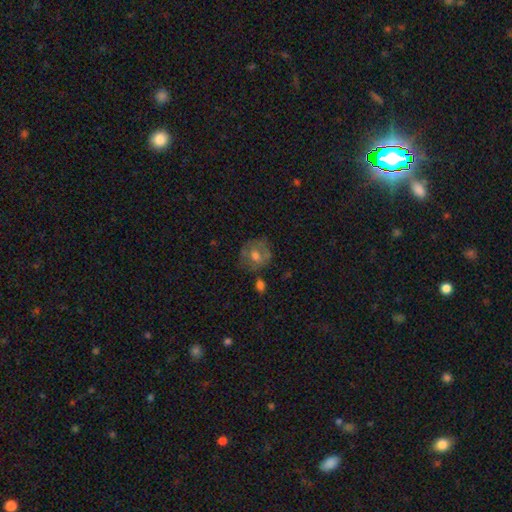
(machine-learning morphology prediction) This appears to be a smooth galaxy with no disk features (52%) that is round (78%). Merging: none (64%).